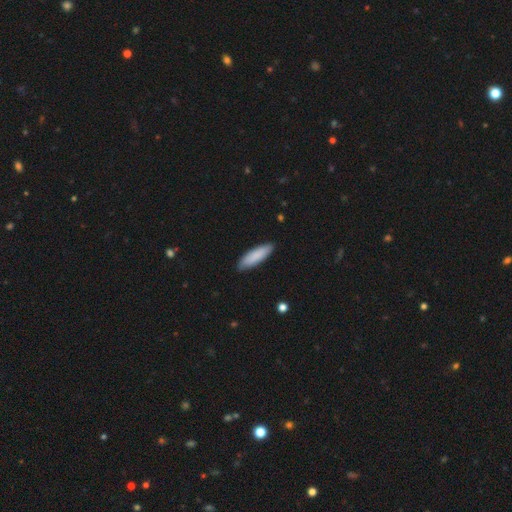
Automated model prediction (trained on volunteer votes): A smooth galaxy with no disk features (87%) that is cigar-shaped (62%). Merging: none (88%).